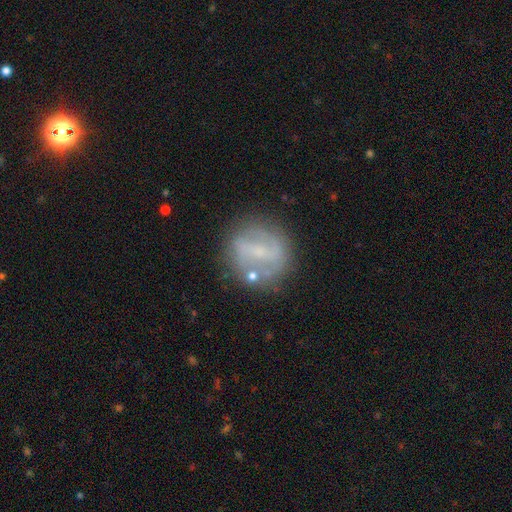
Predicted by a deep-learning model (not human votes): Smooth or featured? featured or disk (54%)
Edge-on disk? no (90%)
Merging? none (74%)